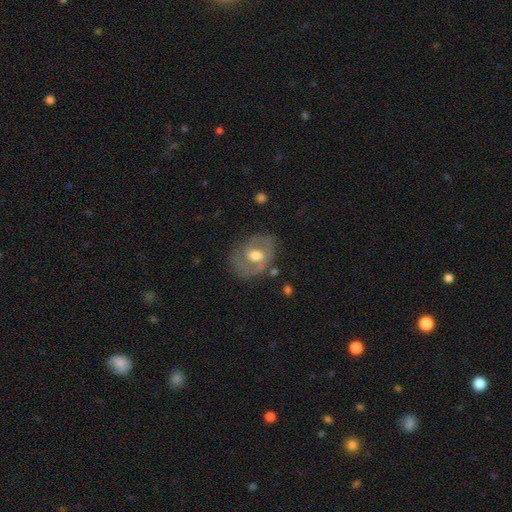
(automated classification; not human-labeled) smooth_or_featured: featured or disk (p=0.67) [alt: smooth p=0.27]
disk_edge_on: no (p=0.95) [alt: yes p=0.05]
bar: weak (p=0.47) [alt: no p=0.36]
has_spiral_arms: yes (p=0.64) [alt: no p=0.36]
bulge_size: moderate (p=0.70) [alt: large p=0.17]
merging: none (p=0.64) [alt: minor disturbance p=0.22]